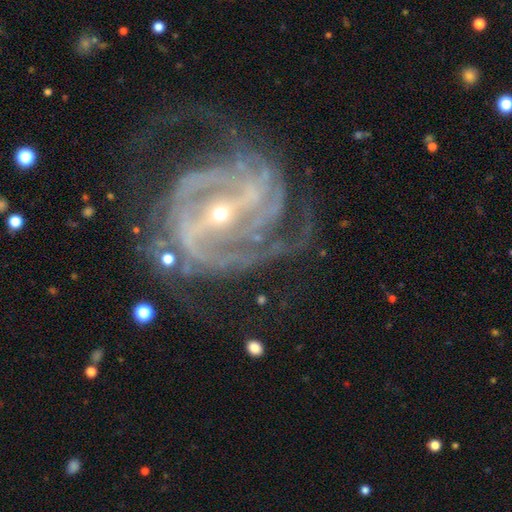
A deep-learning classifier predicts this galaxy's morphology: featured or disk 92%, star or artifact 5%, smooth 3%. Down the decision tree: edge-on disk — no (97%); bar — strong (68%); spiral arms — yes (98%); spiral arm count — 2 (24%); spiral winding — tight (50%); bulge size — small (75%); merging — none (61%).